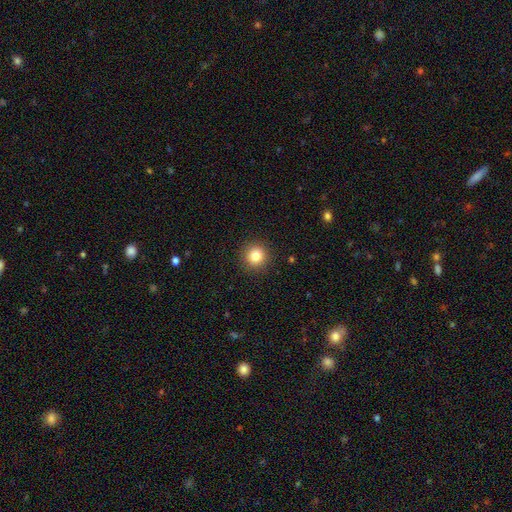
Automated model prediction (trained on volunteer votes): Smooth or featured? smooth (83%)
How rounded? round (94%)
Merging? none (92%)